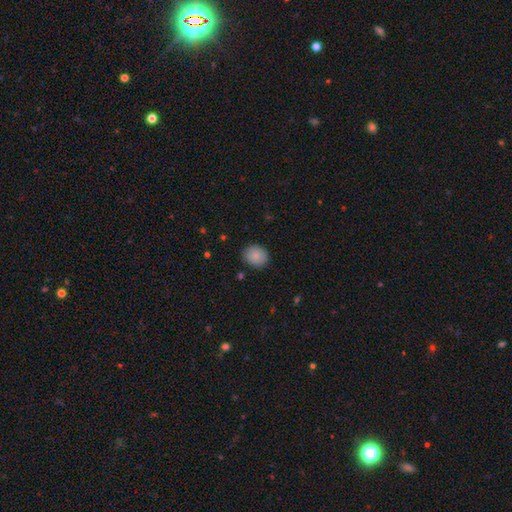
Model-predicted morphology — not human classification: This is clearly a smooth galaxy (84%). How rounded: likely round (66%). Merging: clearly none (86%).